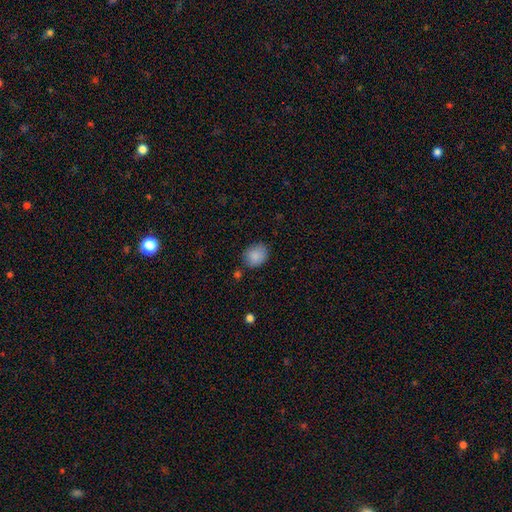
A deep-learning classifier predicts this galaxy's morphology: type=smooth (87%); roundness=round (56%); merging=none (78%).